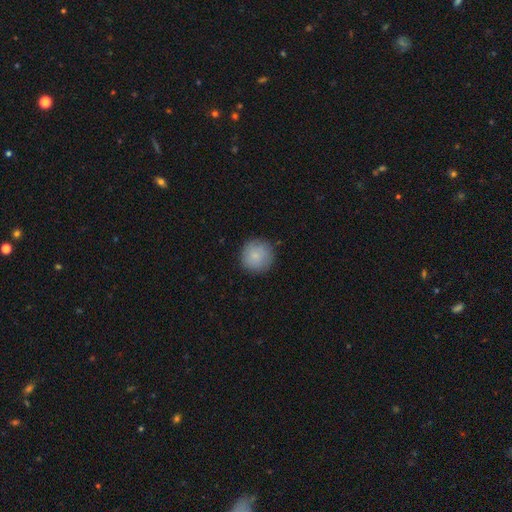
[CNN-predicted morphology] Q: Smooth or featured?
A: smooth (82%); runner-up: featured or disk (11%)
Q: How rounded?
A: round (95%); runner-up: in between (4%)
Q: Merging?
A: none (86%); runner-up: minor disturbance (11%)